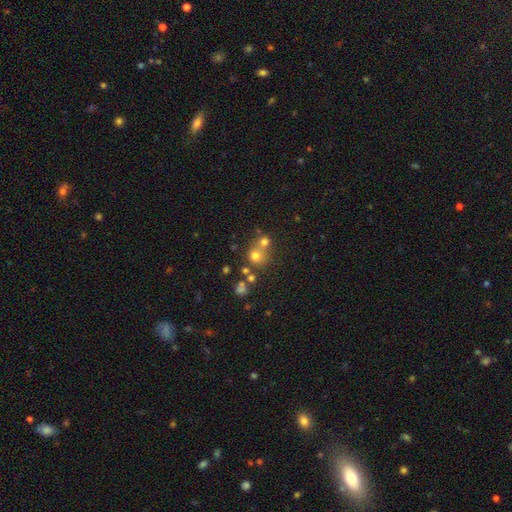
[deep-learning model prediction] Morphology: type=smooth (67%); roundness=round (86%); merging=none (47%).